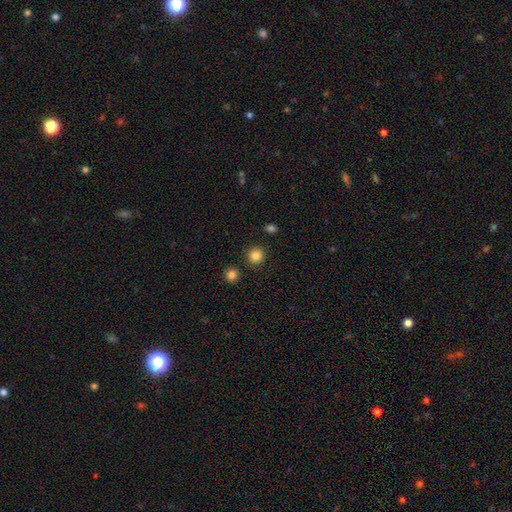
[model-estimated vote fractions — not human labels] Smooth or featured? smooth (85%)
How rounded? round (94%)
Merging? none (91%)